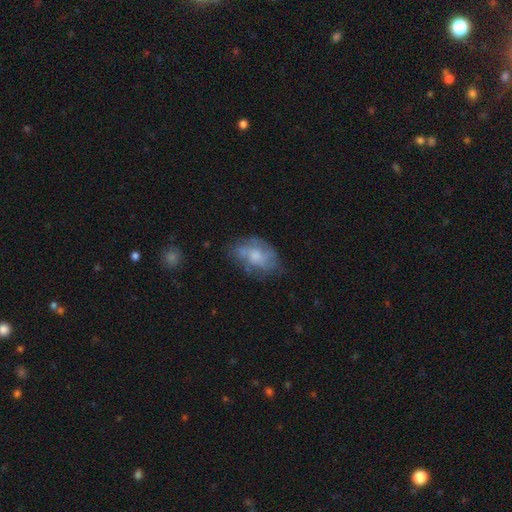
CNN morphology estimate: Smooth or featured? featured or disk (51%)
Edge-on disk? no (95%)
Merging? none (57%)